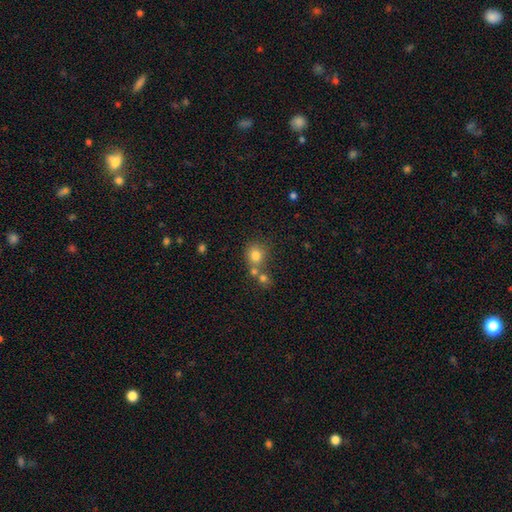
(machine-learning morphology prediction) smooth-or-featured: smooth: 78% | star or artifact: 13% | featured or disk: 10%
  how-rounded: round: 82% | in between: 17% | cigar-shaped: 1%
  merging: none: 54% | merger: 32% | minor disturbance: 10% | major disturbance: 4%